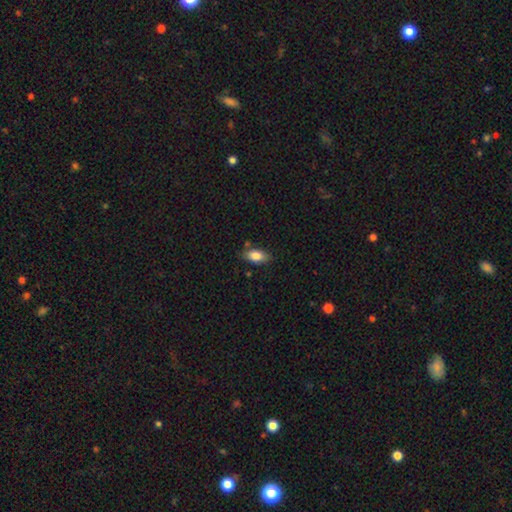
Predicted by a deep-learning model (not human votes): Morphology: type=smooth (83%); roundness=in between (88%); merging=none (76%).